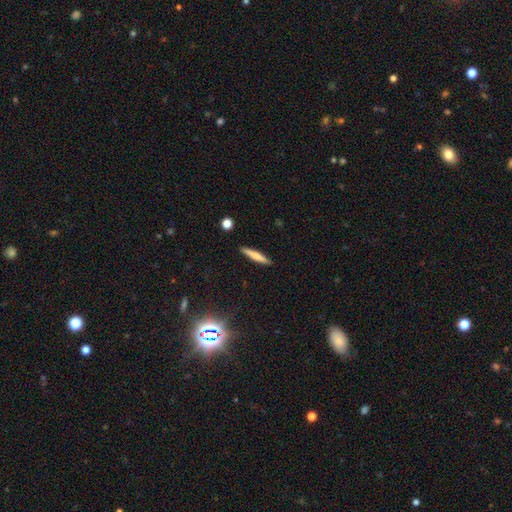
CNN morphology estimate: Smooth or featured? smooth (67%)
How rounded? cigar-shaped (92%)
Merging? none (90%)